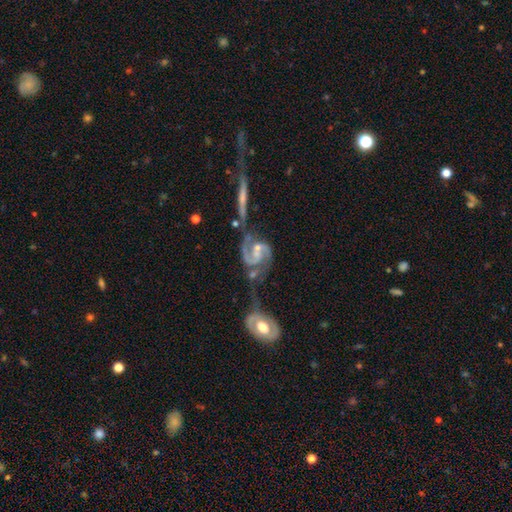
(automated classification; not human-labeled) Smooth or featured? Predicted: featured or disk (p=0.91). Edge-on disk? Predicted: no (p=0.97). Bar? Predicted: weak (p=0.43). Spiral arms? Predicted: yes (p=0.97). Spiral winding? Predicted: medium (p=0.56). Spiral arm count? Predicted: 2 (p=0.92). Bulge size? Predicted: small (p=0.56). Merging? Predicted: merger (p=0.44).